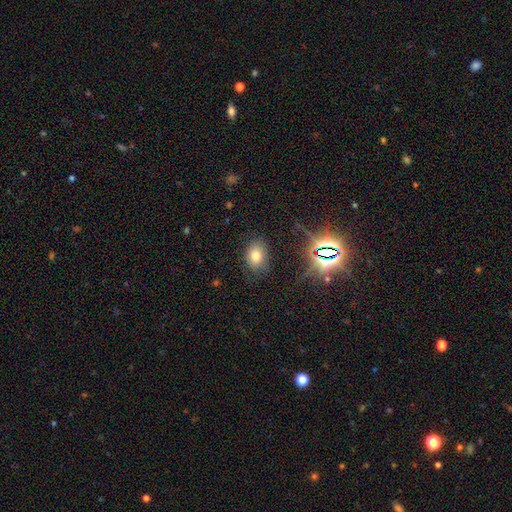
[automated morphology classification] Smooth or featured? Predicted: smooth (p=0.72). How rounded? Predicted: in between (p=0.75). Merging? Predicted: none (p=0.78).